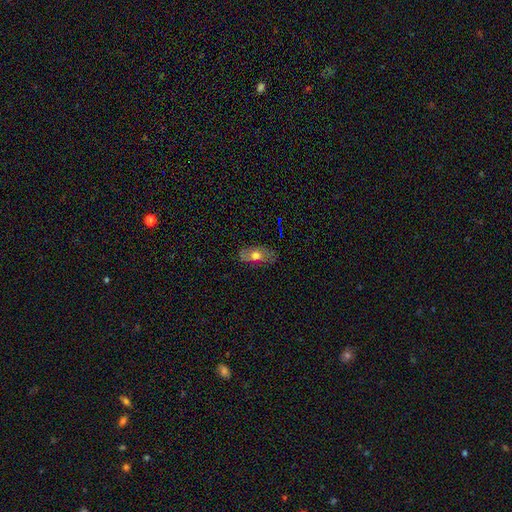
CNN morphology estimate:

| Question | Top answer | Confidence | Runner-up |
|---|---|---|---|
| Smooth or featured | smooth | 63% | featured or disk (29%) |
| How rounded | in between | 85% | round (8%) |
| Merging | none | 72% | minor disturbance (21%) |